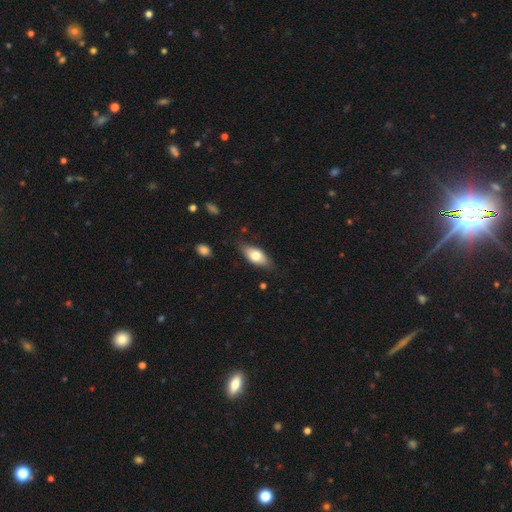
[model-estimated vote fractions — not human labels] This is likely a smooth galaxy (71%). How rounded: clearly in between (85%). Merging: likely none (76%).